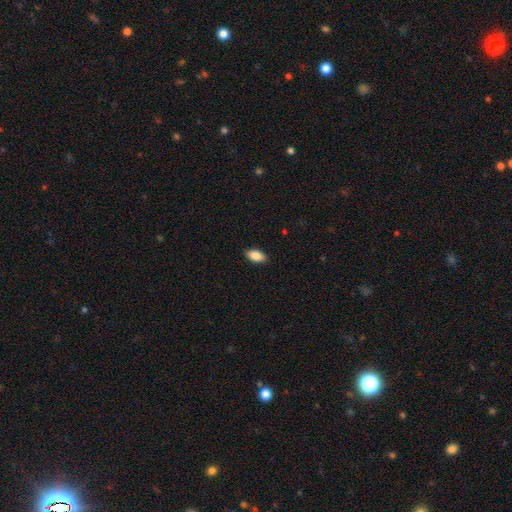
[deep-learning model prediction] Morphology: type=smooth (84%); roundness=in between (90%); merging=none (88%).